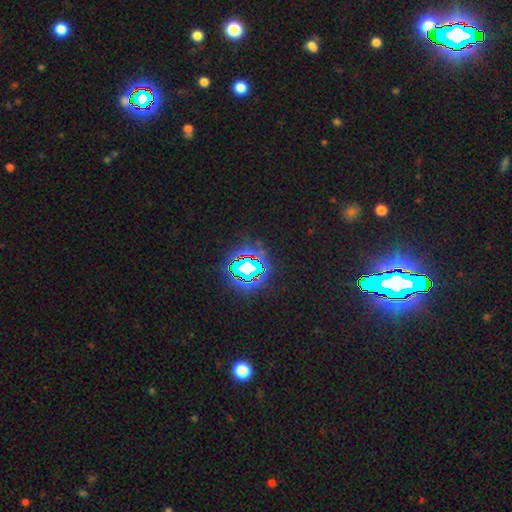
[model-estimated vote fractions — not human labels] Morphology: type=star or artifact (83%).